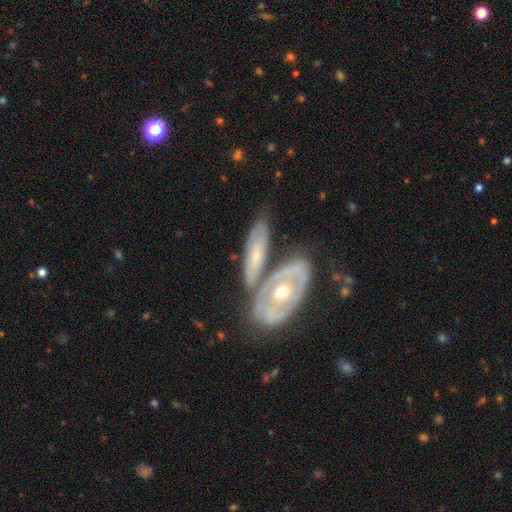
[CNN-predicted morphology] type=featured or disk (63%); edge-on=no (77%); merging=none (50%).